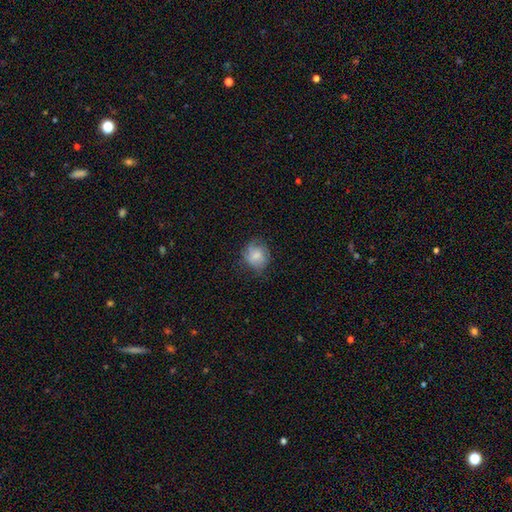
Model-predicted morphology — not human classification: A smooth galaxy with no disk features (65%) that is round (75%).

Vote fractions:
- Smooth or featured? smooth: 65% / featured or disk: 26% / star or artifact: 9%
- How rounded? round: 75% / in between: 24% / cigar-shaped: 1%
- Merging? none: 63% / minor disturbance: 25% / major disturbance: 11% / merger: 1%